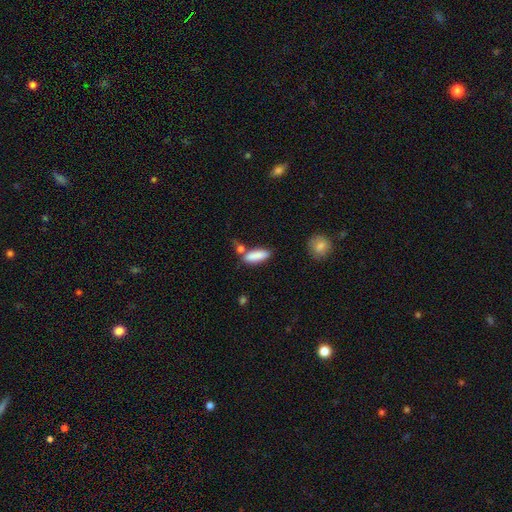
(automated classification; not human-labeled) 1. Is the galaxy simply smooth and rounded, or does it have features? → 86% smooth, 7% featured or disk, 7% star or artifact.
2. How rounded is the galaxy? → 55% in between, 43% cigar-shaped, 2% round.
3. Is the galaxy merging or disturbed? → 64% none, 16% minor disturbance, 15% merger, 4% major disturbance.